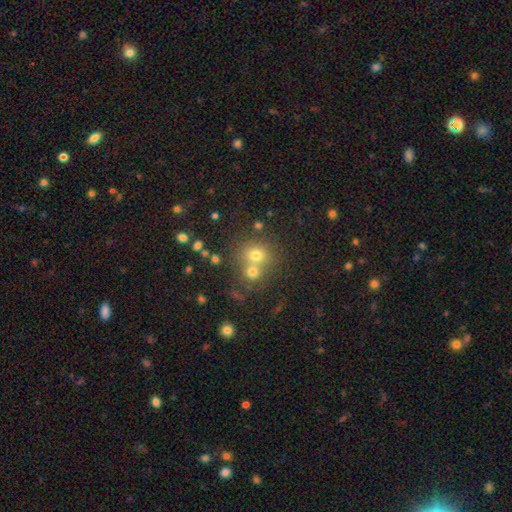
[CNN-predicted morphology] Q: Smooth or featured?
A: smooth (68%); runner-up: star or artifact (17%)
Q: How rounded?
A: round (79%); runner-up: in between (20%)
Q: Merging?
A: merger (46%); runner-up: none (43%)